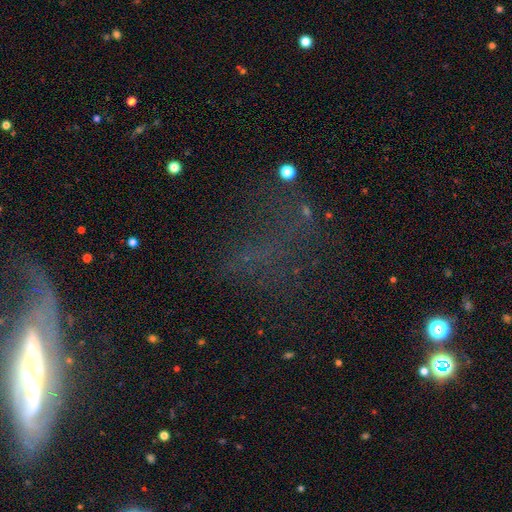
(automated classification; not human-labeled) A featured or disk galaxy (41%).

Vote fractions:
- Smooth or featured? featured or disk: 41% / star or artifact: 35% / smooth: 24%
- Merging? none: 45% / major disturbance: 32% / minor disturbance: 16% / merger: 7%